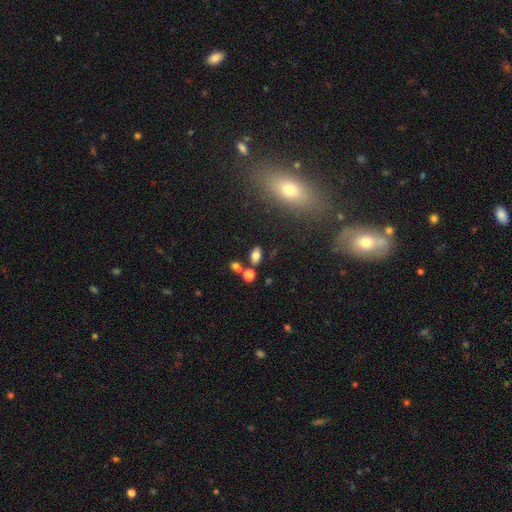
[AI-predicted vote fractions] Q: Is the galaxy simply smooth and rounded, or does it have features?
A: smooth — 75%.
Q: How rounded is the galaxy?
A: in between — 85%.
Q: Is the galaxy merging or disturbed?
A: none — 69%.